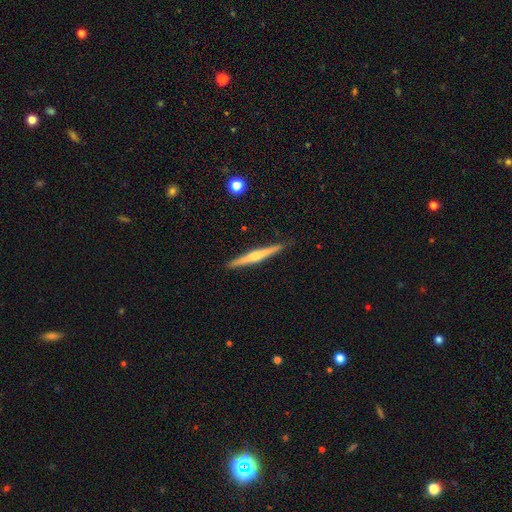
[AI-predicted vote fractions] This appears to be a featured or disk galaxy (65%) viewed edge-on (98%) with a rounded central bulge (74%). Merging: none (90%).